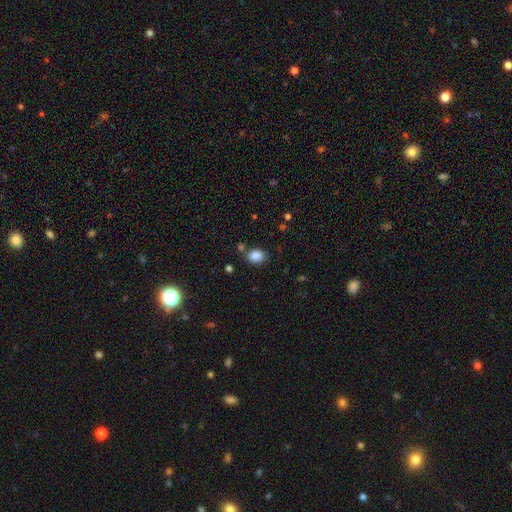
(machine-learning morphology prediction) The model was most divided on "how rounded": in between: 53%, round: 46%, cigar-shaped: 1%. More confident: smooth or featured — smooth (86%); merging — none (75%).